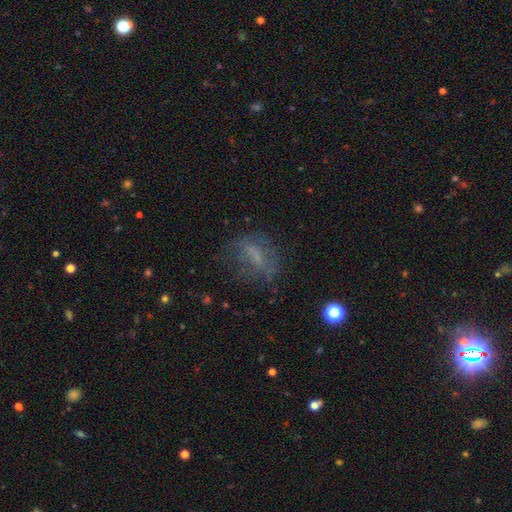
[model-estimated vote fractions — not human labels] Smooth or featured: smooth — 44% (featured or disk — 37%)
Merging: none — 57% (minor disturbance — 21%)